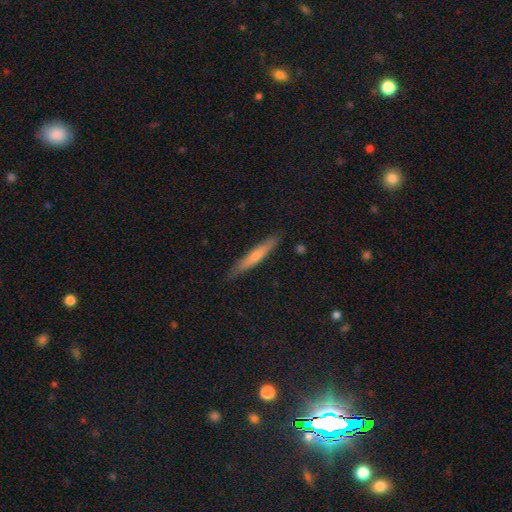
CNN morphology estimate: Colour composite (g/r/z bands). It shows a smooth galaxy with no disk features (59%) that is cigar-shaped (93%). Merging: none (86%).